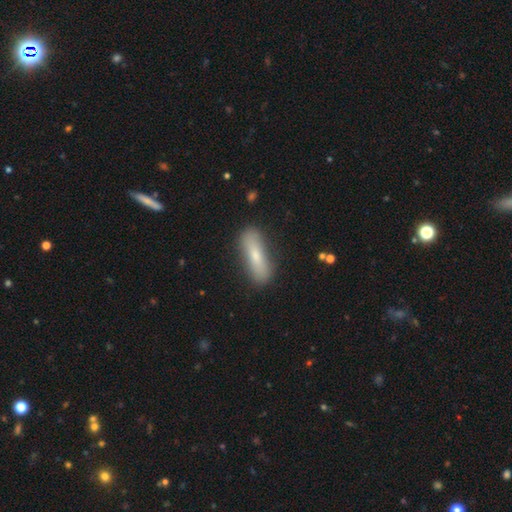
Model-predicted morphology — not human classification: Smooth or featured: smooth — 69% (featured or disk — 24%)
How rounded: cigar-shaped — 61% (in between — 37%)
Merging: none — 83% (minor disturbance — 12%)